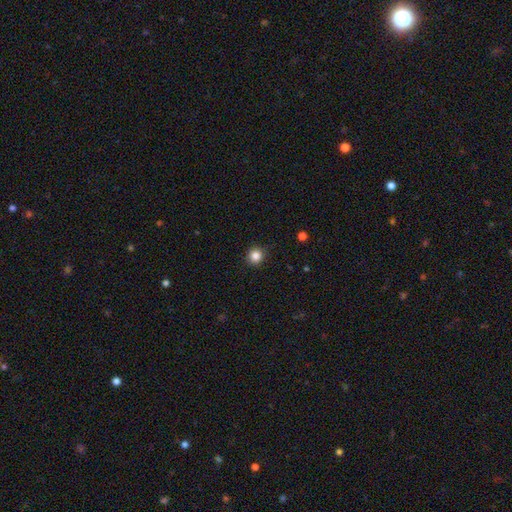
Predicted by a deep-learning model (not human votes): This appears to be a smooth galaxy with no disk features (84%) that is round (93%). Merging: none (91%).